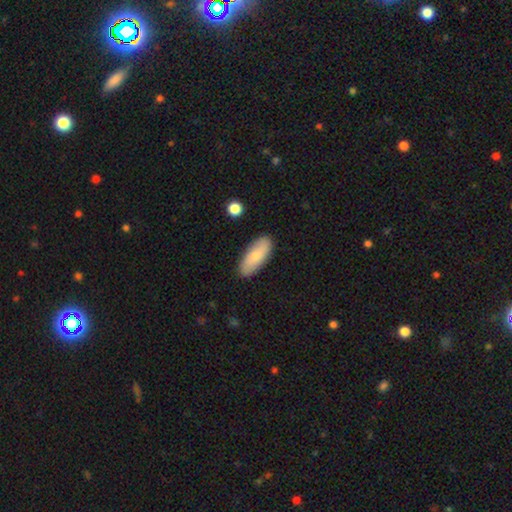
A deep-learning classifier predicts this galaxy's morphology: type=smooth (72%); roundness=in between (79%); merging=none (88%).